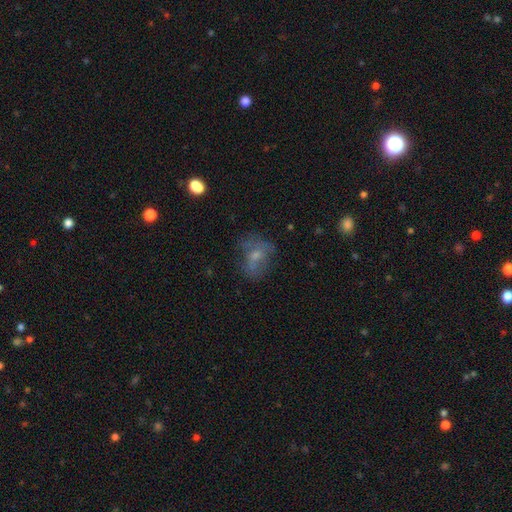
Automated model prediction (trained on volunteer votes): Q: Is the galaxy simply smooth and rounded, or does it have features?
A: smooth — 47%.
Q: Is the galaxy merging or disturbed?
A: none — 47%.